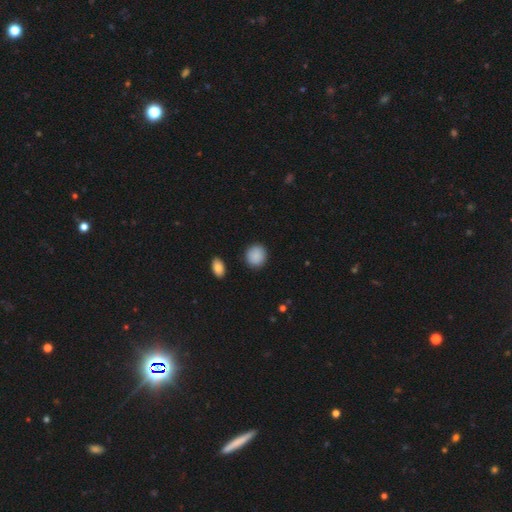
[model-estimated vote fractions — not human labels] A smooth galaxy with no disk features (89%) that is round (84%).

Vote fractions:
- Smooth or featured? smooth: 89% / star or artifact: 7% / featured or disk: 3%
- How rounded? round: 84% / in between: 15% / cigar-shaped: 1%
- Merging? none: 89% / minor disturbance: 7% / major disturbance: 2% / merger: 2%